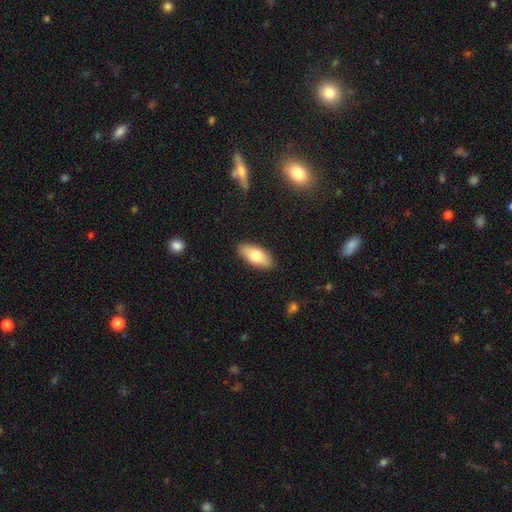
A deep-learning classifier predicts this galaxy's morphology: A smooth galaxy with no disk features (74%) that is in between round and cigar-shaped (87%).

Vote fractions:
- Smooth or featured? smooth: 74% / featured or disk: 20% / star or artifact: 6%
- How rounded? in between: 87% / cigar-shaped: 11% / round: 3%
- Merging? none: 89% / minor disturbance: 8% / major disturbance: 2% / merger: 1%